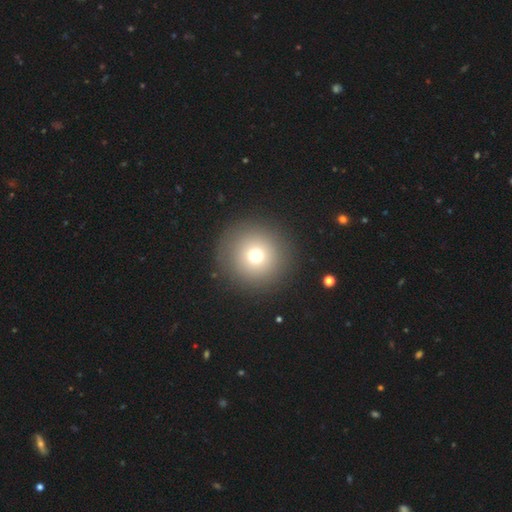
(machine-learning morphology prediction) A smooth galaxy with no disk features (71%) that is round (96%).

Vote fractions:
- Smooth or featured? smooth: 71% / star or artifact: 17% / featured or disk: 12%
- How rounded? round: 96% / in between: 3% / cigar-shaped: 1%
- Merging? none: 90% / minor disturbance: 5% / major disturbance: 3% / merger: 1%